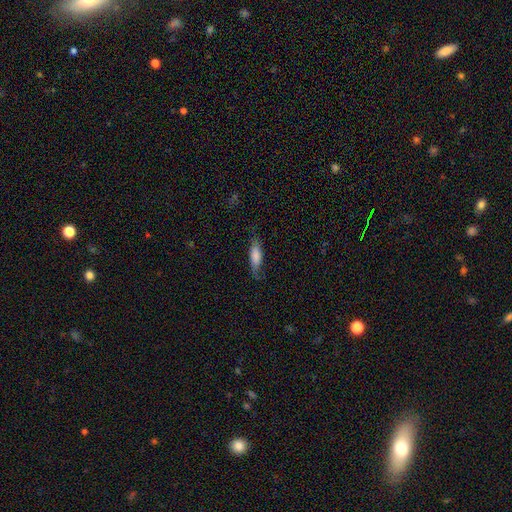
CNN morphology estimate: Overall: smooth (73%). How rounded: in between (52%; cigar-shaped 46%). Merging: none (67%).